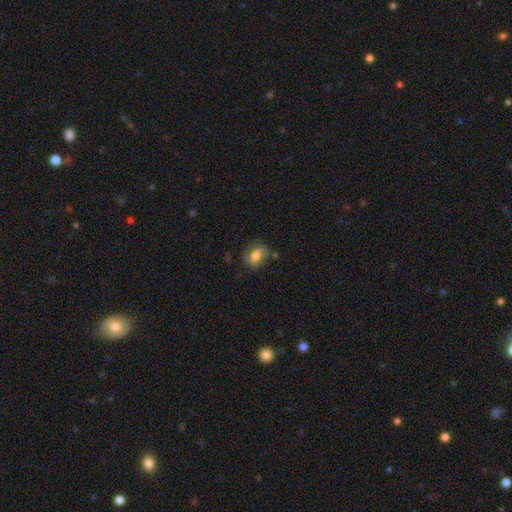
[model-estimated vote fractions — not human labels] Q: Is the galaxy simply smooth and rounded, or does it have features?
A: smooth — 51%.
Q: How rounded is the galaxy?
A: in between — 77%.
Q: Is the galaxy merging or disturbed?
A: none — 54%.